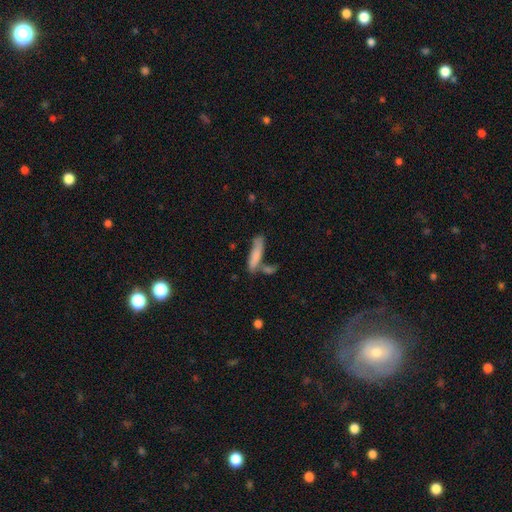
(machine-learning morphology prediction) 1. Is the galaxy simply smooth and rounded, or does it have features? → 77% smooth, 16% featured or disk, 7% star or artifact.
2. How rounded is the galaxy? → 77% cigar-shaped, 21% in between, 2% round.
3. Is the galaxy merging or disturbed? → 56% none, 20% merger, 18% minor disturbance, 6% major disturbance.